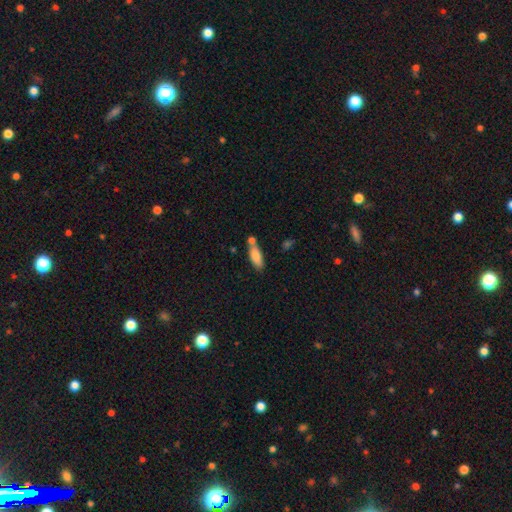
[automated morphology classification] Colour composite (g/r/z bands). It shows a smooth galaxy with no disk features (83%) that is in between round and cigar-shaped (68%). Merging: none (54%).